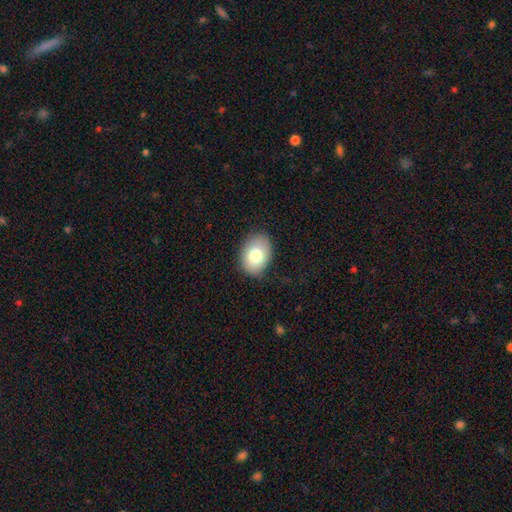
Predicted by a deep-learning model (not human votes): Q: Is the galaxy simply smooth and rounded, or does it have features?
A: smooth — 78%.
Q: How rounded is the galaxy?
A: in between — 76%.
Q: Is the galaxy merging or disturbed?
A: none — 83%.